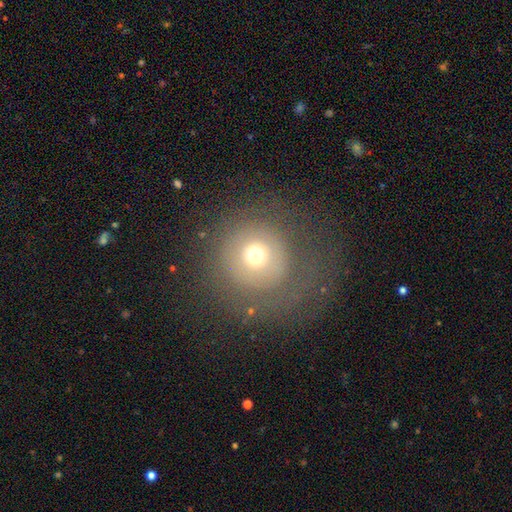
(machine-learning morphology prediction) A smooth galaxy with no disk features (61%) that is round (93%). Merging: none (60%).